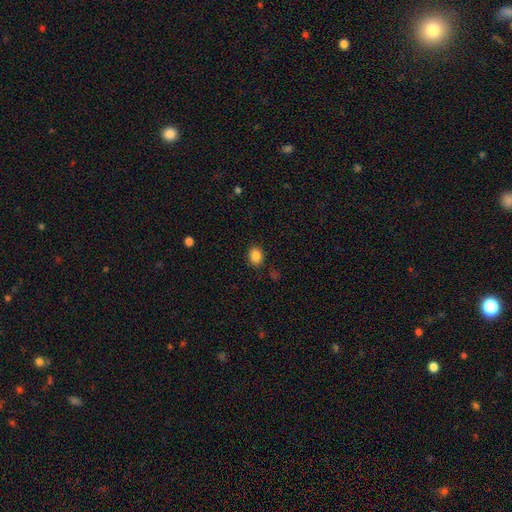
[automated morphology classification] Overall: smooth (86%). How rounded: round (50%; in between 49%). Merging: none (86%).